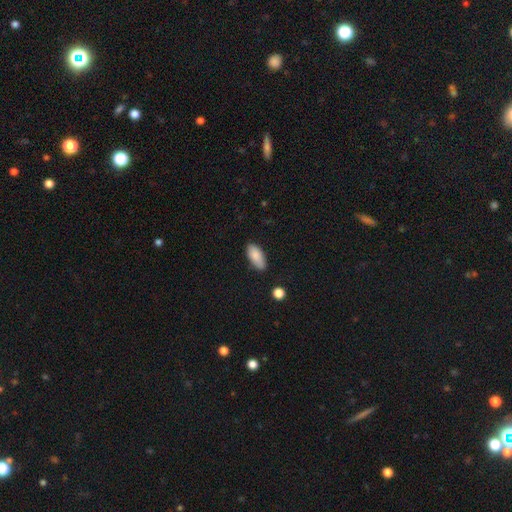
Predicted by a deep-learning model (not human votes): Smooth or featured? Predicted: smooth (p=0.86). How rounded? Predicted: in between (p=0.88). Merging? Predicted: none (p=0.80).